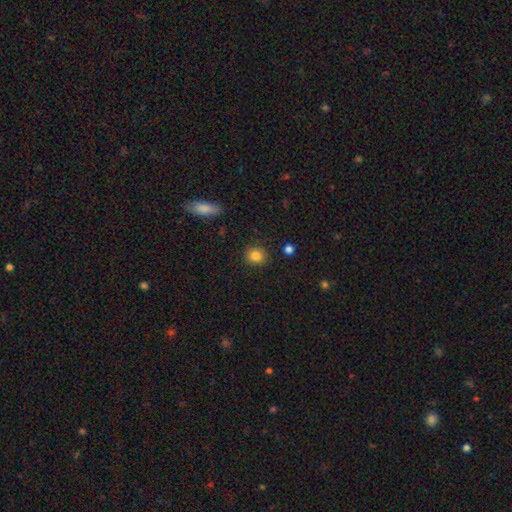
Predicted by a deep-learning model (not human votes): smooth 84%, star or artifact 10%, featured or disk 6%. Down the decision tree: how rounded — round (80%); merging — none (89%).